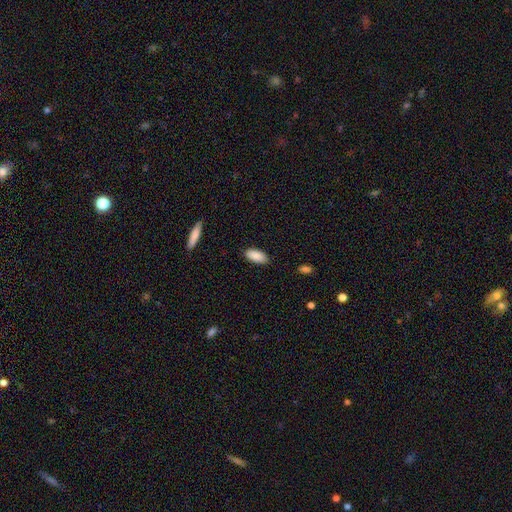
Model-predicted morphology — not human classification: Smooth or featured?
  - smooth: 89% *
  - star or artifact: 6%
  - featured or disk: 5%
How rounded?
  - in between: 86% *
  - cigar-shaped: 12%
  - round: 2%
Merging?
  - none: 87% *
  - minor disturbance: 10%
  - major disturbance: 2%
  - merger: 1%